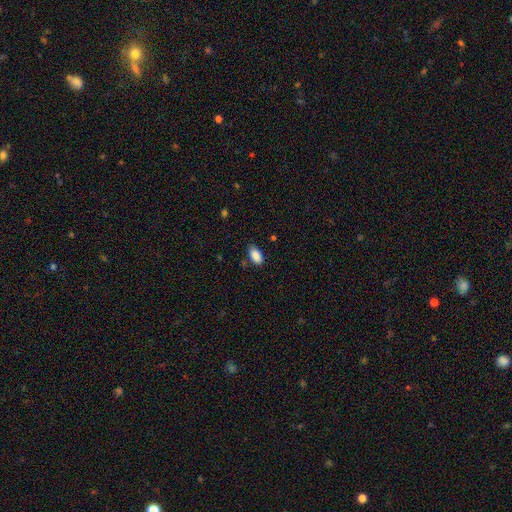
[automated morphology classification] Smooth or featured? smooth (89%)
How rounded? in between (94%)
Merging? none (78%)